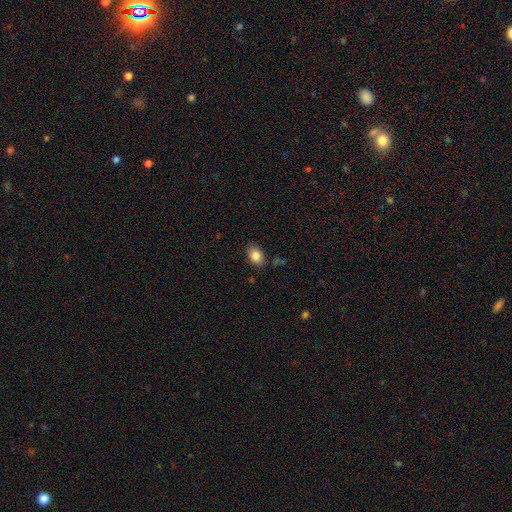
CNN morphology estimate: Overall: smooth (84%). How rounded: in between (74%). Merging: none (82%).